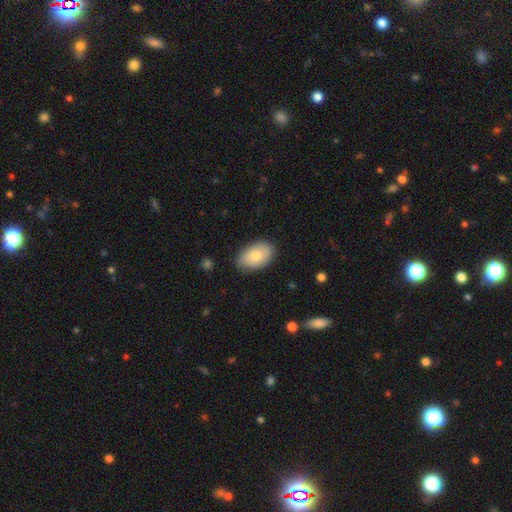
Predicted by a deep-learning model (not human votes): Smooth or featured? smooth (74%)
How rounded? in between (92%)
Merging? none (83%)